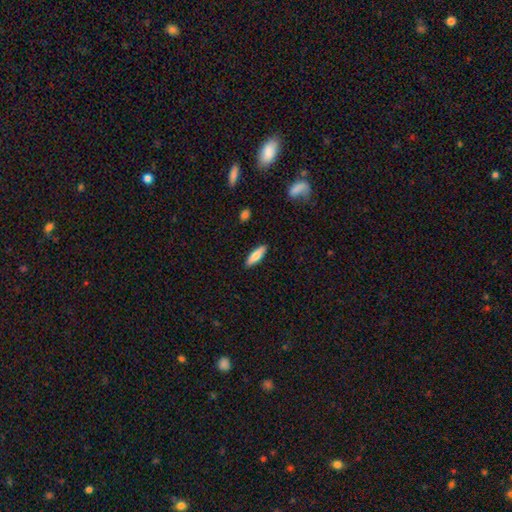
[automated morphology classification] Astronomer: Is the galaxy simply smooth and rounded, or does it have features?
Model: smooth — 73%.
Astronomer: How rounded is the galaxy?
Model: cigar-shaped — 56% (runner-up: in between, 42%).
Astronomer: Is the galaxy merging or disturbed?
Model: none — 89%.